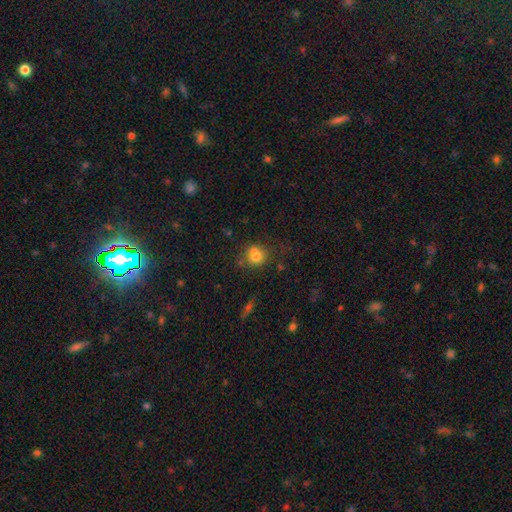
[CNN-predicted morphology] smooth-or-featured: smooth: 76% | star or artifact: 13% | featured or disk: 12%
  how-rounded: round: 78% | in between: 21% | cigar-shaped: 1%
  merging: none: 57% | minor disturbance: 18% | merger: 18% | major disturbance: 7%